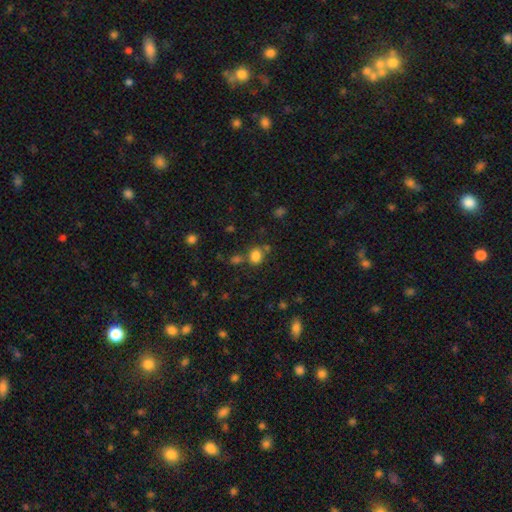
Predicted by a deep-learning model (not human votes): Morphology: type=smooth (80%); roundness=round (63%); merging=none (65%).